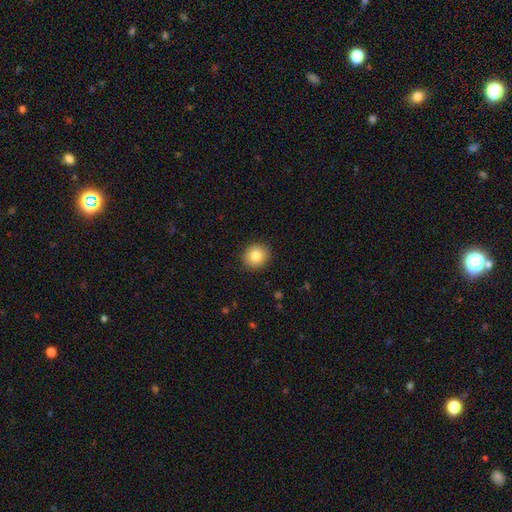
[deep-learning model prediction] Smooth or featured? smooth (84%)
How rounded? round (83%)
Merging? none (91%)